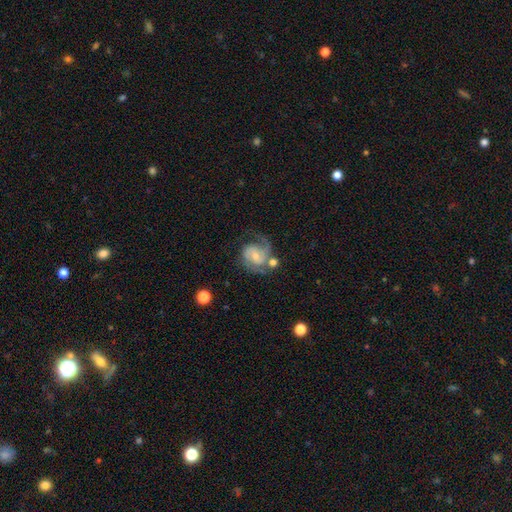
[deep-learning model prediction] Overall: featured or disk (82%). Edge-on disk: no (98%). Bar: no (50%; weak 41%). Spiral arms: yes (96%). Spiral arm count: 2 (73%). Spiral winding: medium (49%; tight 34%). Bulge size: small (53%; moderate 42%). Merging: none (53%; minor disturbance 19%).